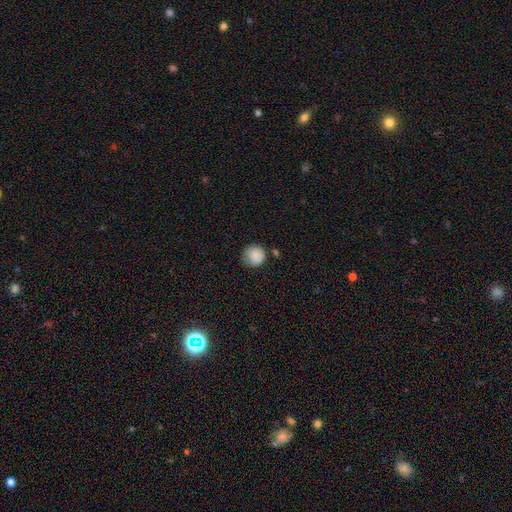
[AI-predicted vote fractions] Smooth or featured: smooth — 86% (star or artifact — 8%)
How rounded: round — 91% (in between — 8%)
Merging: none — 67% (minor disturbance — 23%)